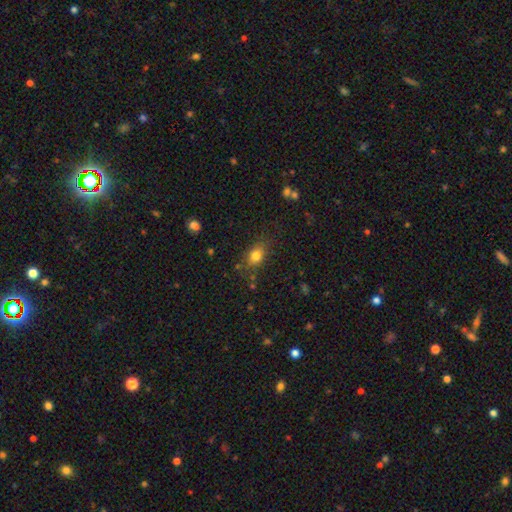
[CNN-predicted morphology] Q: Smooth or featured?
A: smooth (79%); runner-up: star or artifact (12%)
Q: How rounded?
A: in between (64%); runner-up: round (33%)
Q: Merging?
A: none (75%); runner-up: minor disturbance (17%)